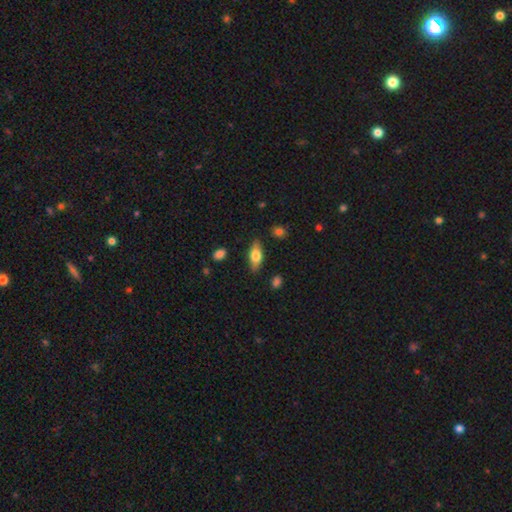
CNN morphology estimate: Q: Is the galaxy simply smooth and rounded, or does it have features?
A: smooth — 68%.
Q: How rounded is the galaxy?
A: in between — 78%.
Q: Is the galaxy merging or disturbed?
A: none — 84%.